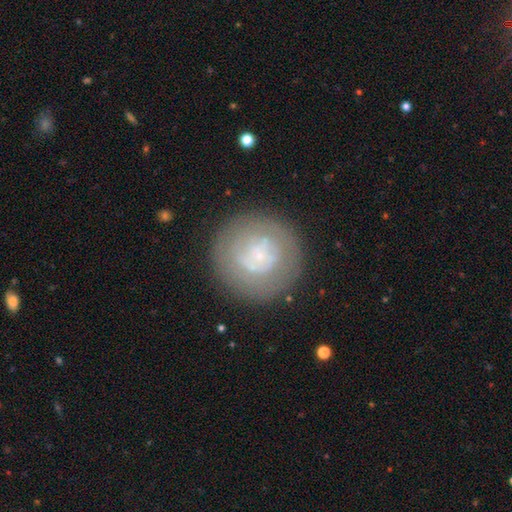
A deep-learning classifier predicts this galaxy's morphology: The model was most divided on "smooth or featured": featured or disk: 50%, smooth: 42%, star or artifact: 8%. More confident: edge-on disk — no (97%); merging — none (83%).